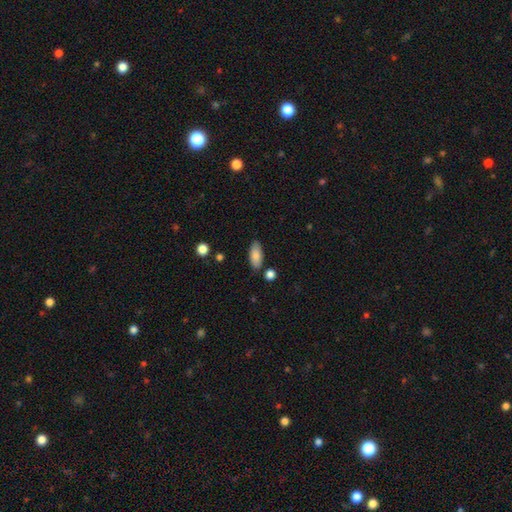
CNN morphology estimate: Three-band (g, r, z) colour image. It shows a smooth galaxy with no disk features (85%) that is in between round and cigar-shaped (85%). Merging: none (82%).